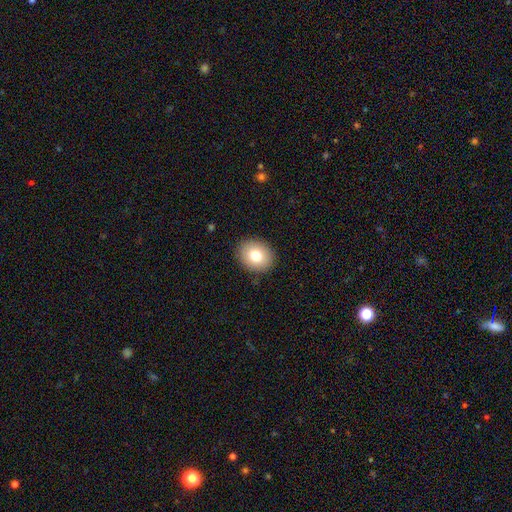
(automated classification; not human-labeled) Q: Smooth or featured?
A: smooth (78%); runner-up: featured or disk (12%)
Q: How rounded?
A: round (59%); runner-up: in between (40%)
Q: Merging?
A: none (90%); runner-up: minor disturbance (7%)